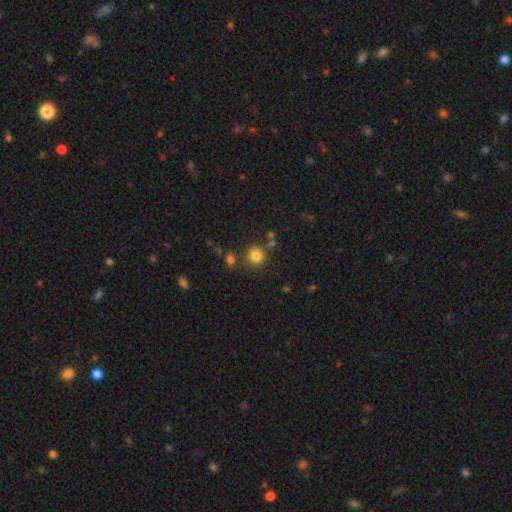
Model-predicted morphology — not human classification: Smooth or featured: smooth — 82% (star or artifact — 12%)
How rounded: round — 90% (in between — 9%)
Merging: none — 77% (minor disturbance — 10%)